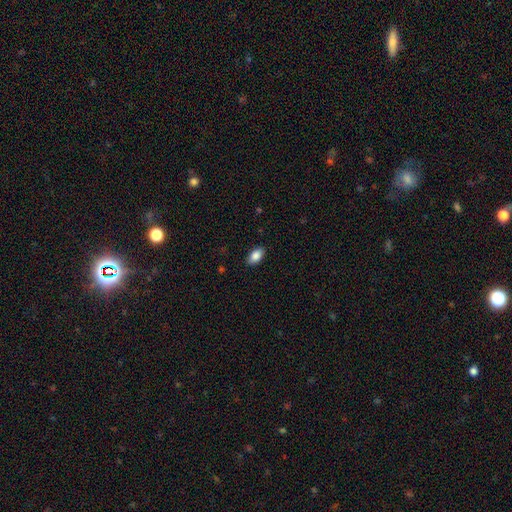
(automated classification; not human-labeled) This is clearly a smooth galaxy (87%). How rounded: clearly in between (92%). Merging: clearly none (88%).